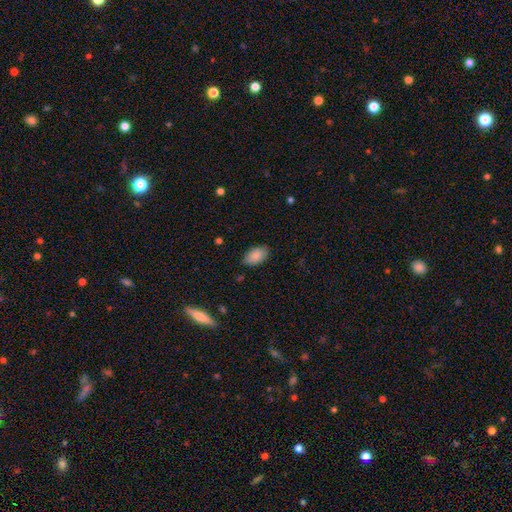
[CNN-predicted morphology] A smooth galaxy with no disk features (87%) that is in between round and cigar-shaped (94%).

Vote fractions:
- Smooth or featured? smooth: 87% / star or artifact: 7% / featured or disk: 6%
- How rounded? in between: 94% / round: 5% / cigar-shaped: 2%
- Merging? none: 84% / minor disturbance: 12% / major disturbance: 2% / merger: 1%